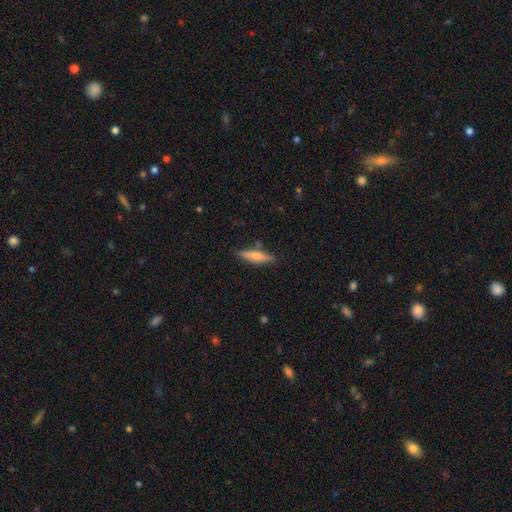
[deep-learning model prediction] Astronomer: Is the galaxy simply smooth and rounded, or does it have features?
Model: featured or disk — 48% (runner-up: smooth, 45%).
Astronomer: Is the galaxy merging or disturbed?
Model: none — 85%.